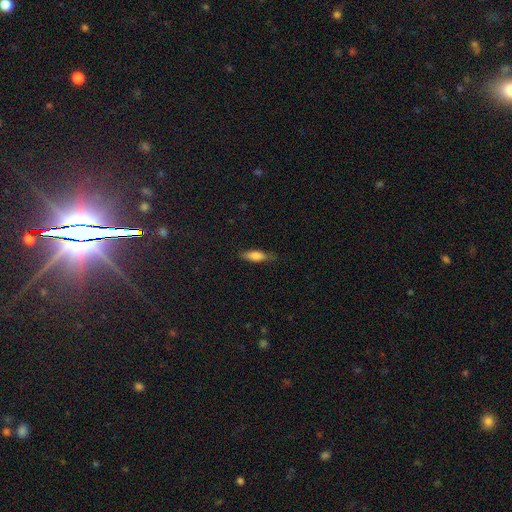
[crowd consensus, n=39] A smooth galaxy with no disk features (77%) that is in between round and cigar-shaped (47%, tied with cigar-shaped).

Vote fractions:
- Smooth or featured? smooth: 77% / featured or disk: 15% / star or artifact: 8%
- How rounded? in between: 47% (tied) / cigar-shaped: 47% (tied) / round: 7%
- Merging? none: 78% / minor disturbance: 17% / major disturbance: 3% / merger: 3%